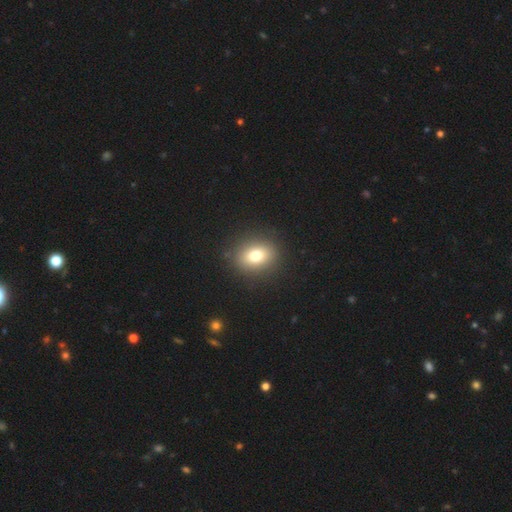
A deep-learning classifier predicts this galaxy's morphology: The model was most divided on "how rounded": round: 53%, in between: 45%, cigar-shaped: 1%. More confident: merging — none (88%); smooth or featured — smooth (76%).